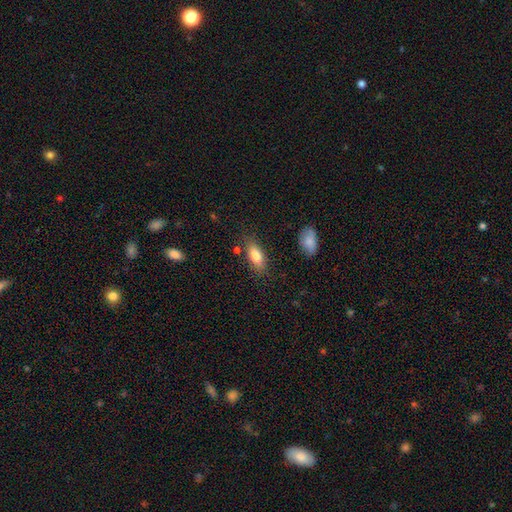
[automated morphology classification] A smooth galaxy with no disk features (82%) that is in between round and cigar-shaped (83%).

Vote fractions:
- Smooth or featured? smooth: 82% / featured or disk: 11% / star or artifact: 7%
- How rounded? in between: 83% / cigar-shaped: 14% / round: 3%
- Merging? none: 79% / minor disturbance: 14% / major disturbance: 4% / merger: 3%